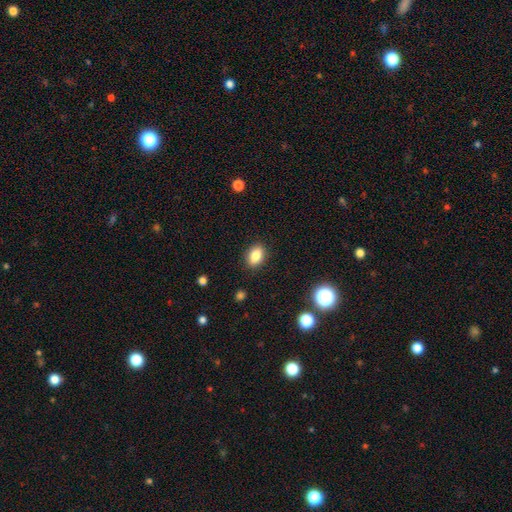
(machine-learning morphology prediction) smooth 84%, star or artifact 9%, featured or disk 7%. Down the decision tree: how rounded — in between (85%); merging — none (88%).